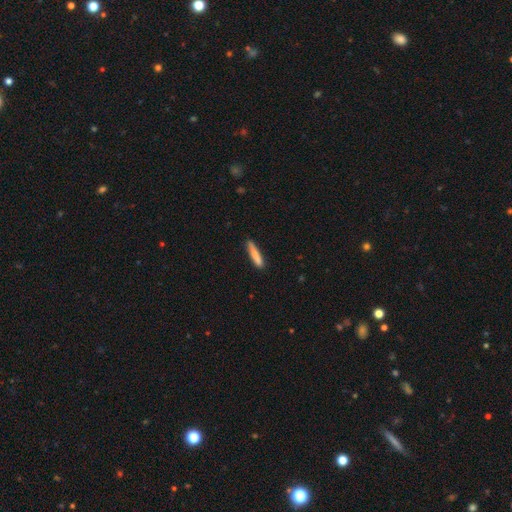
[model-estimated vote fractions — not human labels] A smooth galaxy with no disk features (83%) that is cigar-shaped (90%). Merging: none (82%).